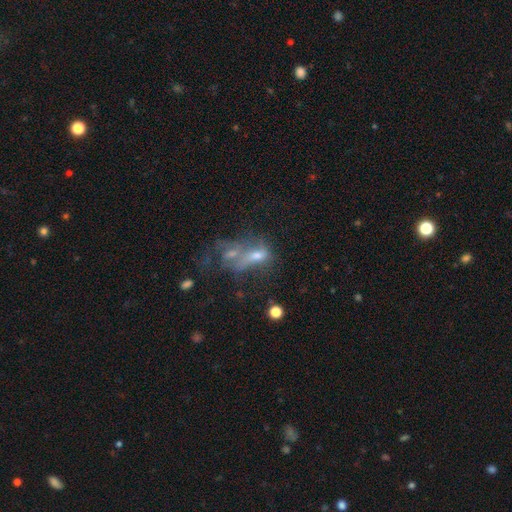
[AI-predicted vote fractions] smooth_or_featured: featured or disk (p=0.46) [alt: smooth p=0.33]
merging: merger (p=0.45) [alt: major disturbance p=0.25]